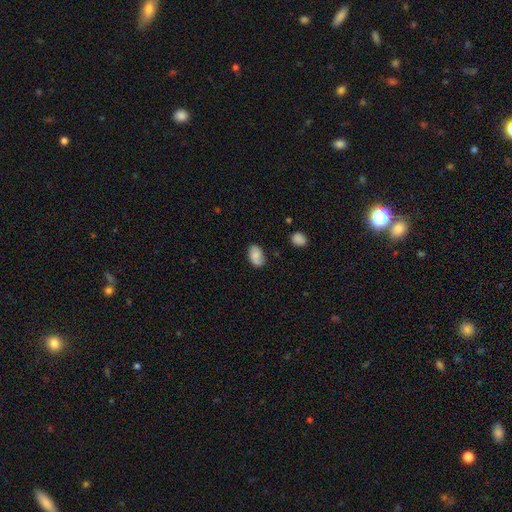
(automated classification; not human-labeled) Q: Smooth or featured?
A: smooth (73%); runner-up: featured or disk (18%)
Q: How rounded?
A: in between (88%); runner-up: round (11%)
Q: Merging?
A: none (67%); runner-up: minor disturbance (23%)